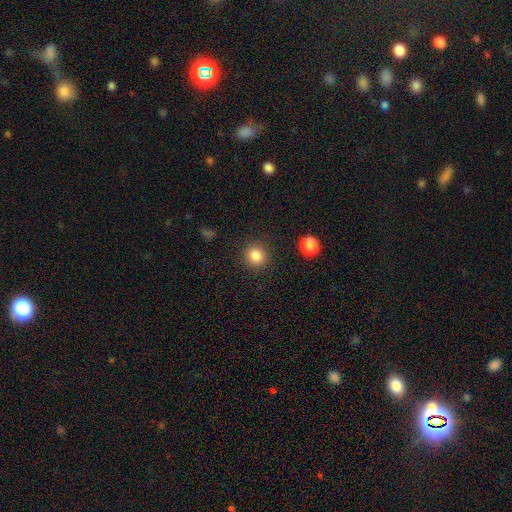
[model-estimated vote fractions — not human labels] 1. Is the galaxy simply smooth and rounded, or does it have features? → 84% smooth, 11% star or artifact, 5% featured or disk.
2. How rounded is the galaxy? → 89% round, 10% in between, 1% cigar-shaped.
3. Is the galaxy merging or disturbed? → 90% none, 6% minor disturbance, 3% major disturbance, 2% merger.